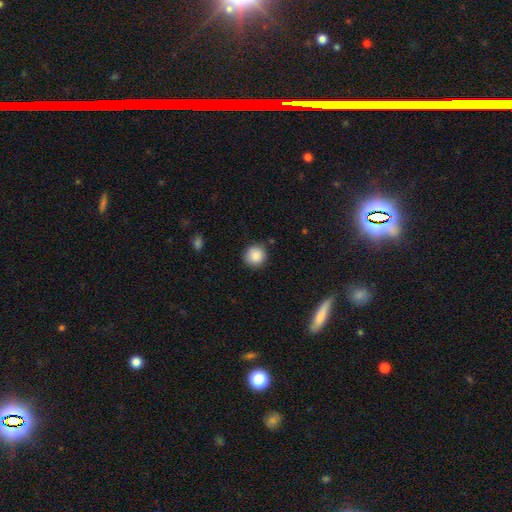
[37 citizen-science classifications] Smooth or featured: smooth — 92% (star or artifact — 5%)
How rounded: round — 94% (in between — 3%)
Merging: none — 91% (minor disturbance — 6%)